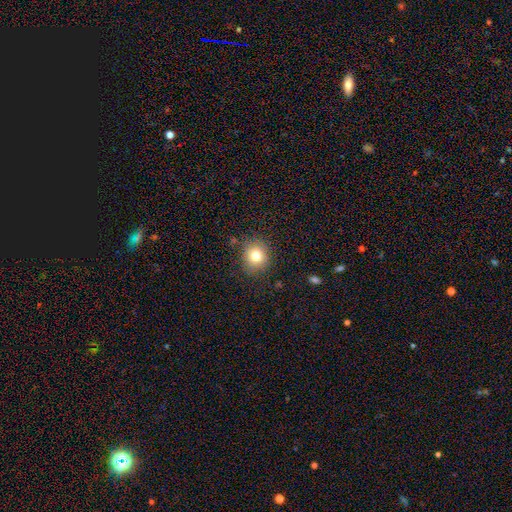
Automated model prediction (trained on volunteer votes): This is likely a smooth galaxy (77%). How rounded: clearly round (83%). Merging: clearly none (84%).